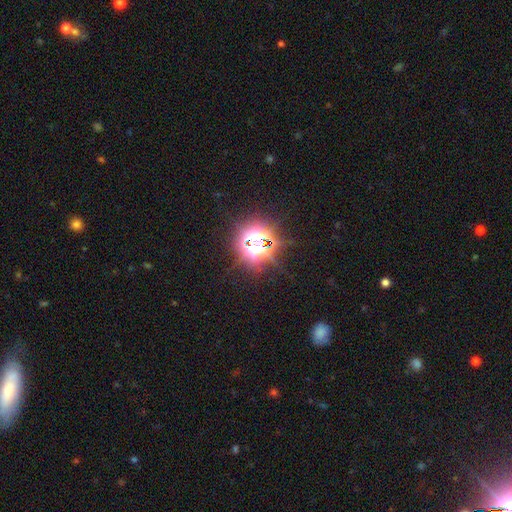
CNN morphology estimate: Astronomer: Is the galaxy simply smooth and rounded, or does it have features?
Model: star or artifact — 77%.